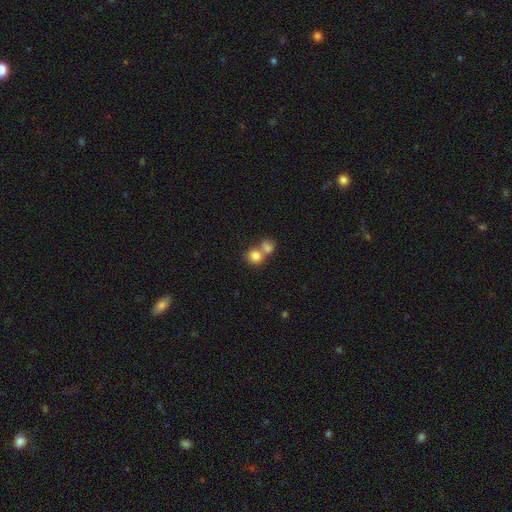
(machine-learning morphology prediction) smooth 82%, star or artifact 10%, featured or disk 9%. Down the decision tree: how rounded — round (82%); merging — merger (54%).